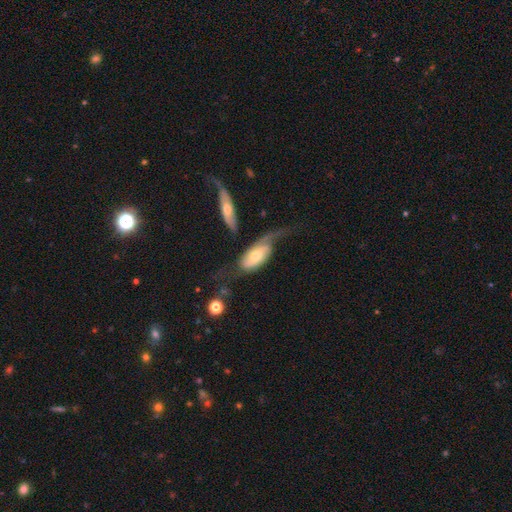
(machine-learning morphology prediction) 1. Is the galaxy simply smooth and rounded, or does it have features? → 59% featured or disk, 36% smooth, 6% star or artifact.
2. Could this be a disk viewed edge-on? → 86% no, 14% yes.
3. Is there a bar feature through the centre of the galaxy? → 69% no, 23% weak, 8% strong.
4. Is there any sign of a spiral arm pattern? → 78% yes, 22% no.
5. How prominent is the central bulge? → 60% moderate, 31% small, 6% large, 2% dominant, 1% none.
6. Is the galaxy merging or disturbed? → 36% major disturbance, 30% none, 22% minor disturbance, 12% merger.